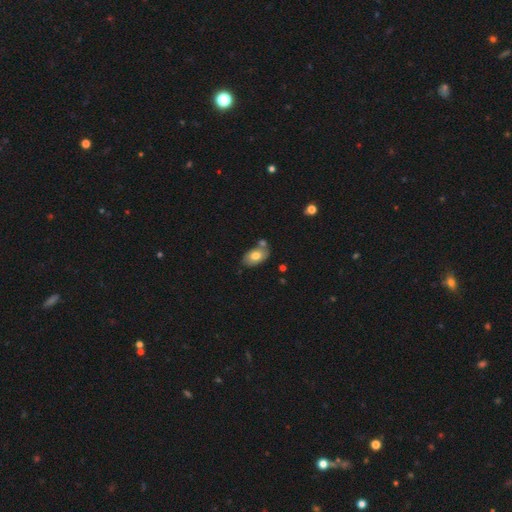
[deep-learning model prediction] A smooth galaxy with no disk features (74%) that is in between round and cigar-shaped (90%).

Vote fractions:
- Smooth or featured? smooth: 74% / featured or disk: 19% / star or artifact: 7%
- How rounded? in between: 90% / round: 9% / cigar-shaped: 1%
- Merging? none: 62% / merger: 18% / minor disturbance: 16% / major disturbance: 4%